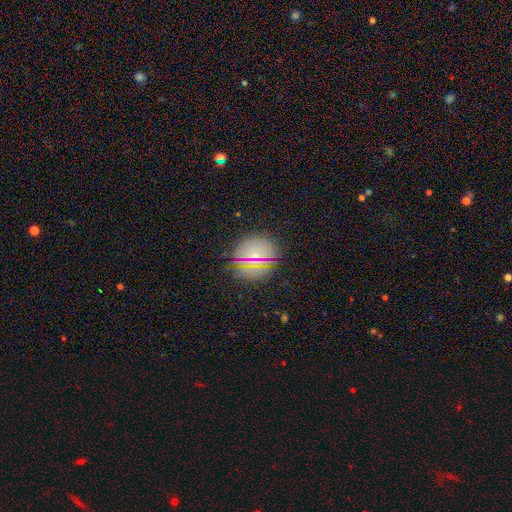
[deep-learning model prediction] A smooth galaxy with no disk features (64%) that is round (75%).

Vote fractions:
- Smooth or featured? smooth: 64% / star or artifact: 24% / featured or disk: 13%
- How rounded? round: 75% / in between: 23% / cigar-shaped: 2%
- Merging? none: 84% / minor disturbance: 11% / major disturbance: 3% / merger: 2%